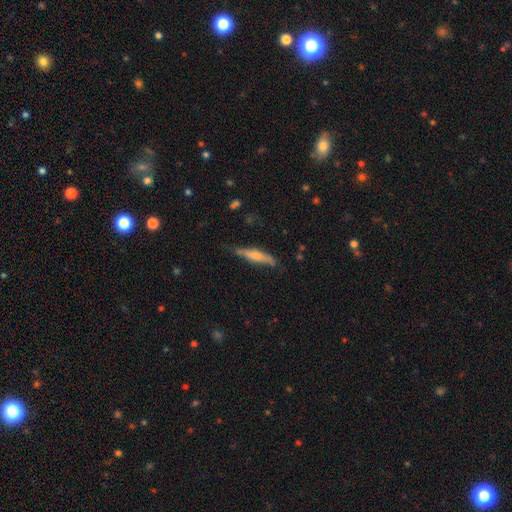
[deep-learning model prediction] Smooth or featured: smooth — 53% (featured or disk — 41%)
How rounded: cigar-shaped — 81% (in between — 17%)
Merging: none — 66% (minor disturbance — 25%)